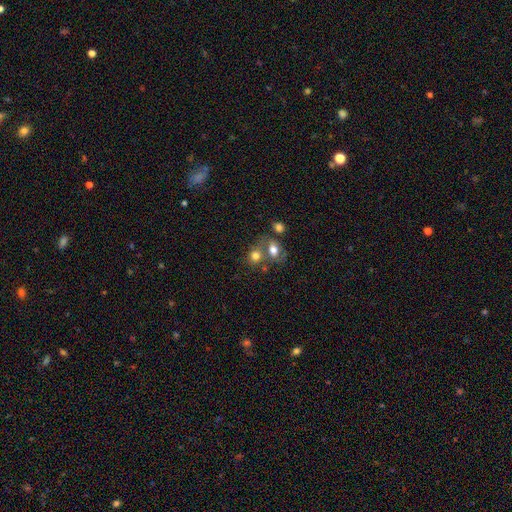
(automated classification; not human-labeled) Overall: smooth (75%). How rounded: round (59%; in between 39%). Merging: merger (43%; none 41%).